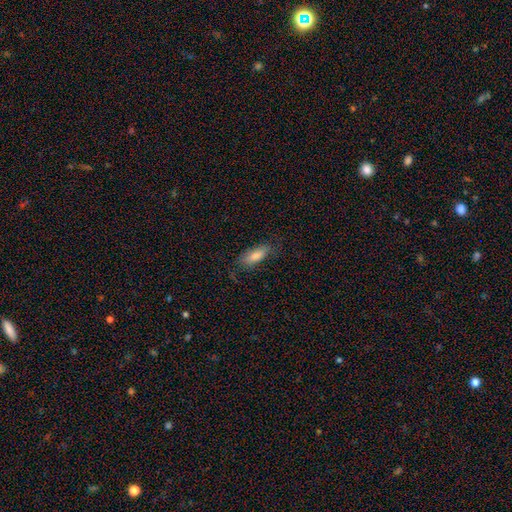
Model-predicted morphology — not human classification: type=smooth (77%); roundness=in between (65%); merging=none (75%).